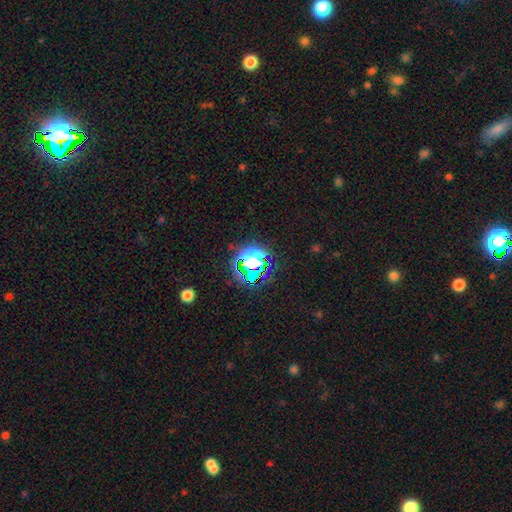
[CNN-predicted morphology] Overall: star or artifact (66%).